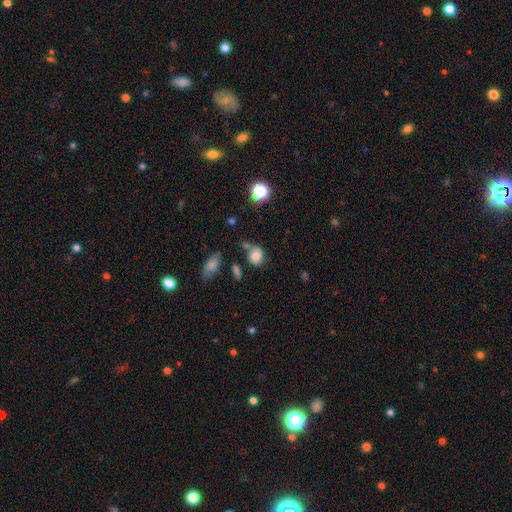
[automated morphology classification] Smooth or featured? Predicted: smooth (p=0.80). How rounded? Predicted: round (p=0.58). Merging? Predicted: none (p=0.54).